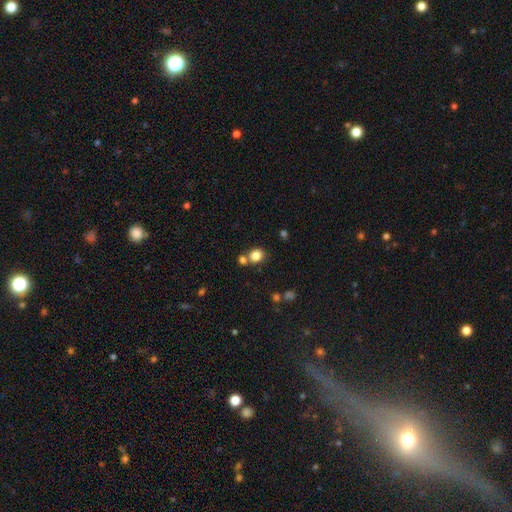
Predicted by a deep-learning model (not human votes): Overall: smooth (83%). How rounded: round (66%; in between 33%). Merging: none (63%; merger 24%).